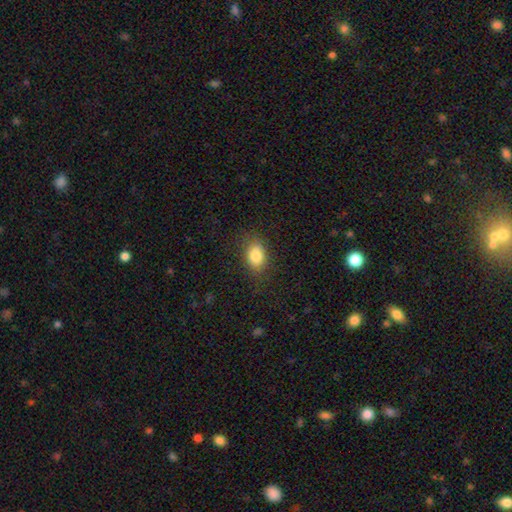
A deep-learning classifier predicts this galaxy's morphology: This appears to be a smooth galaxy with no disk features (83%) that is in between round and cigar-shaped (76%). Merging: none (81%).